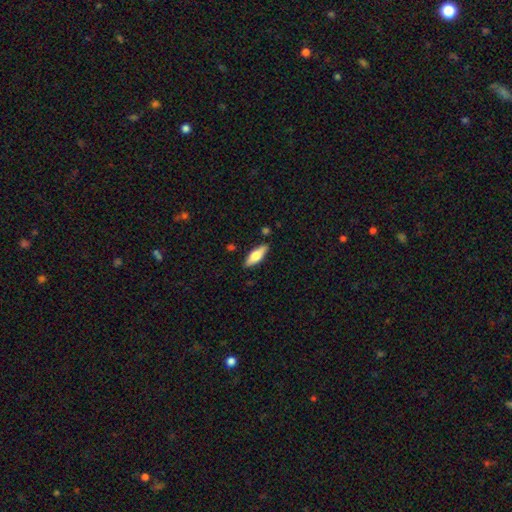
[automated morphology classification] Smooth or featured: smooth — 63% (featured or disk — 31%)
How rounded: in between — 61% (cigar-shaped — 36%)
Merging: none — 85% (minor disturbance — 11%)